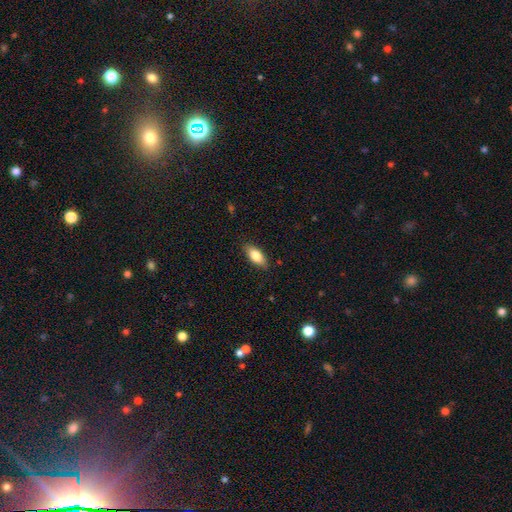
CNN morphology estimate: Smooth or featured? smooth (79%)
How rounded? in between (83%)
Merging? none (86%)